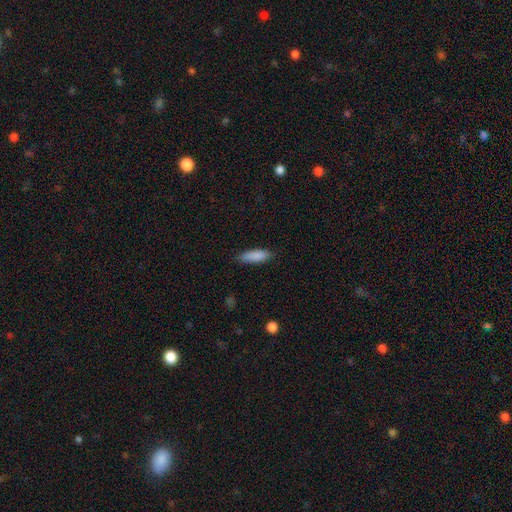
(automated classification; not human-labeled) smooth-or-featured: smooth: 87% | star or artifact: 6% | featured or disk: 6%
  how-rounded: in between: 54% | cigar-shaped: 44% | round: 2%
  merging: none: 83% | minor disturbance: 14% | major disturbance: 2% | merger: 1%